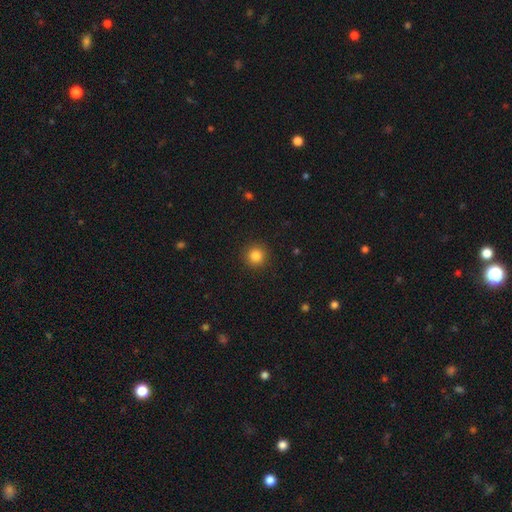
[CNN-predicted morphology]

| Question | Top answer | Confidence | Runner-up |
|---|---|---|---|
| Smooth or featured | smooth | 84% | star or artifact (12%) |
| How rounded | round | 94% | in between (5%) |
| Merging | none | 92% | minor disturbance (5%) |